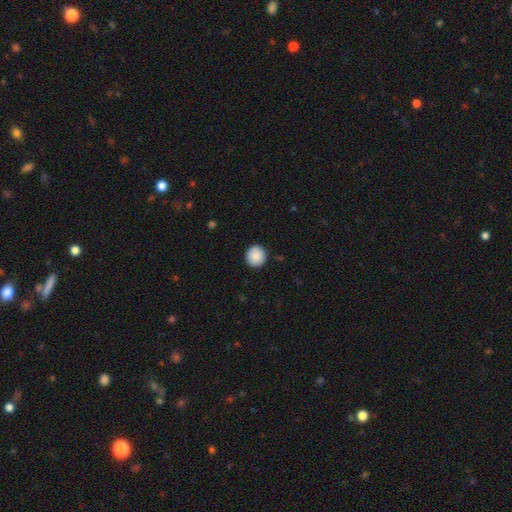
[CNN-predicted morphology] smooth_or_featured: smooth (p=0.89) [alt: star or artifact p=0.07]
how_rounded: round (p=0.94) [alt: in between p=0.05]
merging: none (p=0.91) [alt: minor disturbance p=0.06]